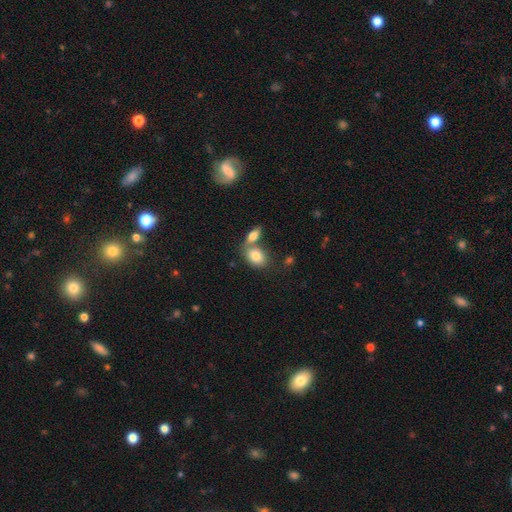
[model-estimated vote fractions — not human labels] Overall: smooth (80%). How rounded: in between (80%). Merging: merger (44%; none 43%).